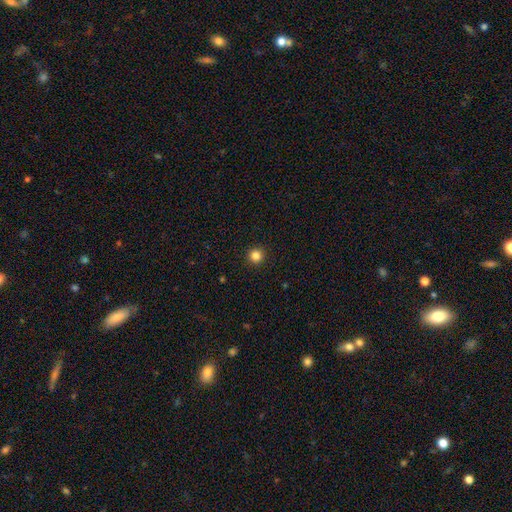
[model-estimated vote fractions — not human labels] Smooth or featured? Predicted: smooth (p=0.84). How rounded? Predicted: round (p=0.96). Merging? Predicted: none (p=0.93).